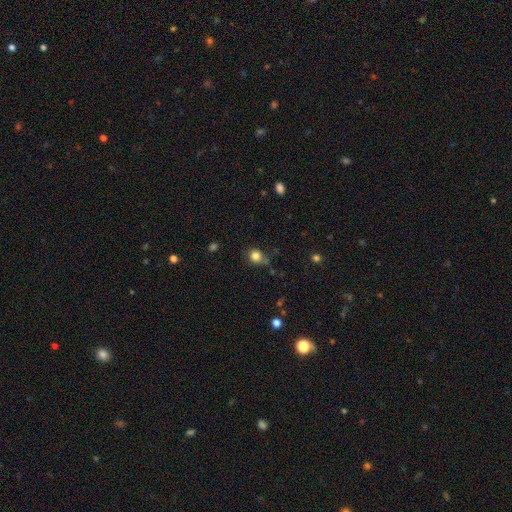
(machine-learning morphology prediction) This is clearly a smooth galaxy (82%). How rounded: clearly round (81%). Merging: likely none (69%).